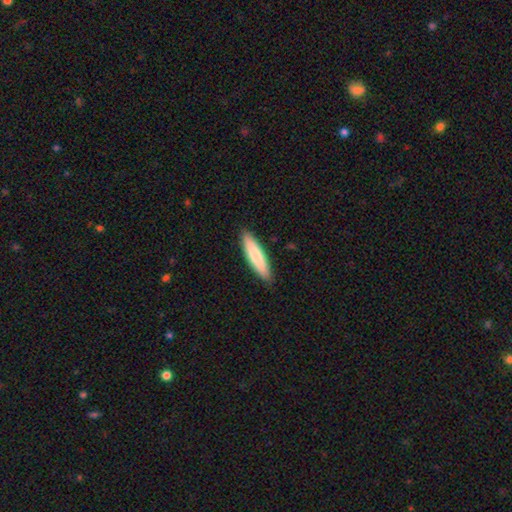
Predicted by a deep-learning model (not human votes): Smooth or featured: smooth — 78% (featured or disk — 17%)
How rounded: cigar-shaped — 72% (in between — 27%)
Merging: none — 89% (minor disturbance — 8%)